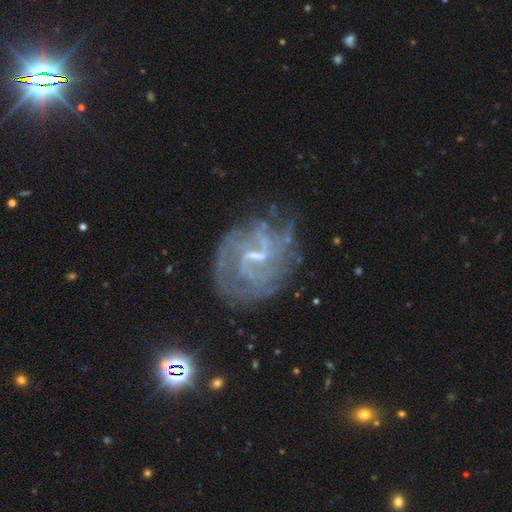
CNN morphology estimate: smooth_or_featured: featured or disk (p=0.83) [alt: star or artifact p=0.09]
disk_edge_on: no (p=0.97) [alt: yes p=0.03]
bar: weak (p=0.59) [alt: strong p=0.25]
has_spiral_arms: yes (p=0.88) [alt: no p=0.12]
spiral_winding: tight (p=0.44) [alt: medium p=0.40]
spiral_arm_count: can't tell (p=0.41) [alt: 2 p=0.26]
bulge_size: small (p=0.53) [alt: none p=0.23]
merging: none (p=0.64) [alt: minor disturbance p=0.19]